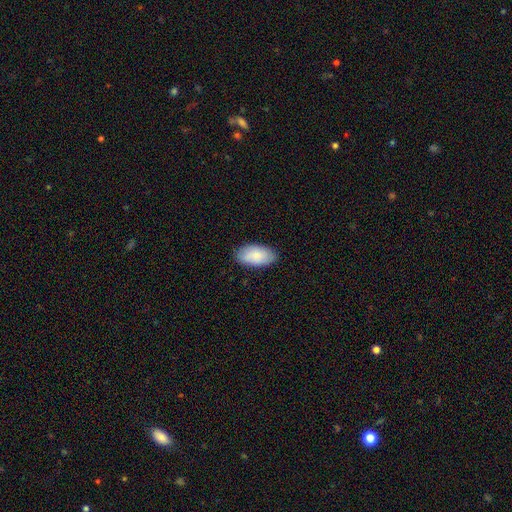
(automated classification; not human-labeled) Smooth or featured?
  - smooth: 85% *
  - featured or disk: 10%
  - star or artifact: 6%
How rounded?
  - in between: 95% *
  - cigar-shaped: 3%
  - round: 2%
Merging?
  - none: 84% *
  - minor disturbance: 13%
  - major disturbance: 2%
  - merger: 1%